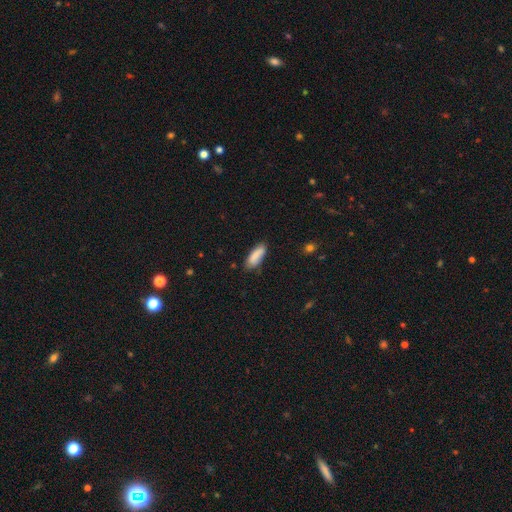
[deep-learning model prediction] This appears to be a smooth galaxy with no disk features (86%) that is in between round and cigar-shaped (65%). Merging: none (76%).